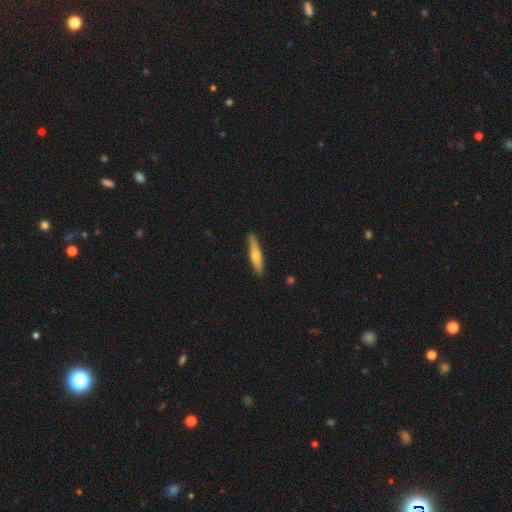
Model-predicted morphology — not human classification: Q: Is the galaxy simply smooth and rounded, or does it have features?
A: smooth — 61%.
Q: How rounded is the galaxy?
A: cigar-shaped — 87%.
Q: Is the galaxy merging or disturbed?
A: none — 87%.